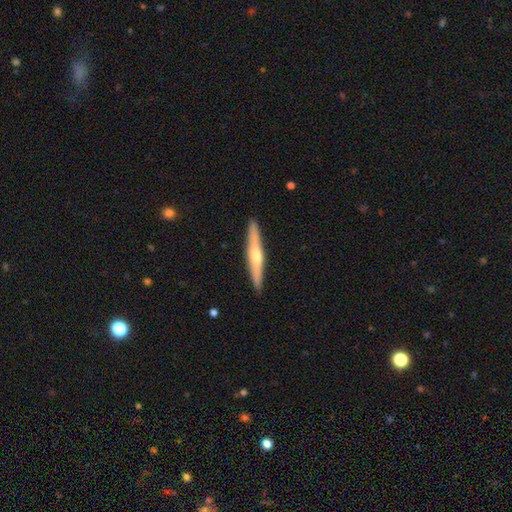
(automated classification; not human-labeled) Smooth or featured: featured or disk — 59% (smooth — 36%)
Edge-on disk: yes — 96% (no — 4%)
Edge-on bulge: rounded — 82% (none — 11%)
Merging: none — 91% (minor disturbance — 7%)